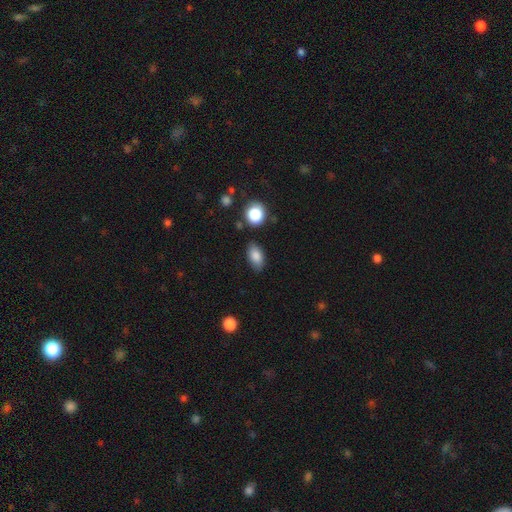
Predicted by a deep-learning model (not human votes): This appears to be a smooth galaxy with no disk features (84%) that is in between round and cigar-shaped (90%). Merging: none (81%).